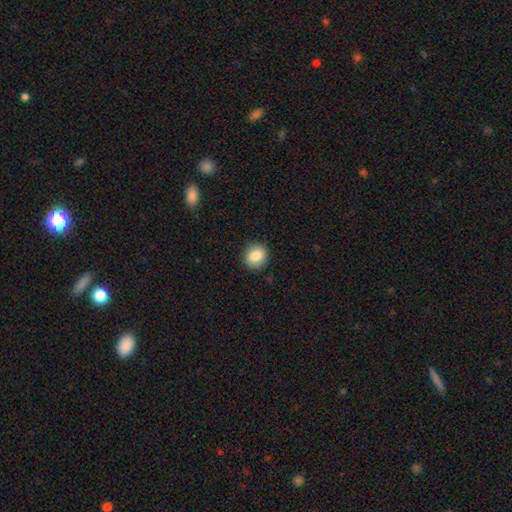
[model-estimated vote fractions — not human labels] Overall: smooth (86%). How rounded: round (79%). Merging: none (89%).